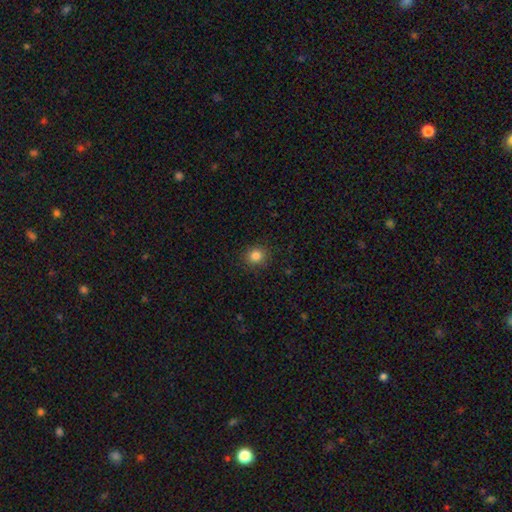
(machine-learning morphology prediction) Smooth or featured: smooth — 83% (star or artifact — 12%)
How rounded: round — 86% (in between — 13%)
Merging: none — 90% (minor disturbance — 7%)